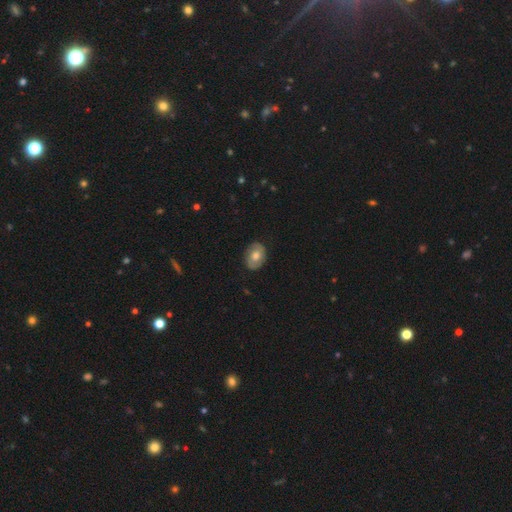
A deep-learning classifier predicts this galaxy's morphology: Overall: smooth (55%; featured or disk 38%). How rounded: in between (72%). Merging: none (85%).